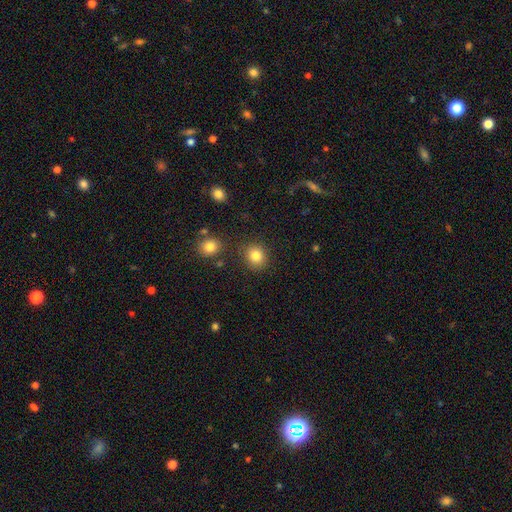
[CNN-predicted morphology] smooth 83%, star or artifact 11%, featured or disk 6%. Down the decision tree: how rounded — round (80%); merging — none (85%).